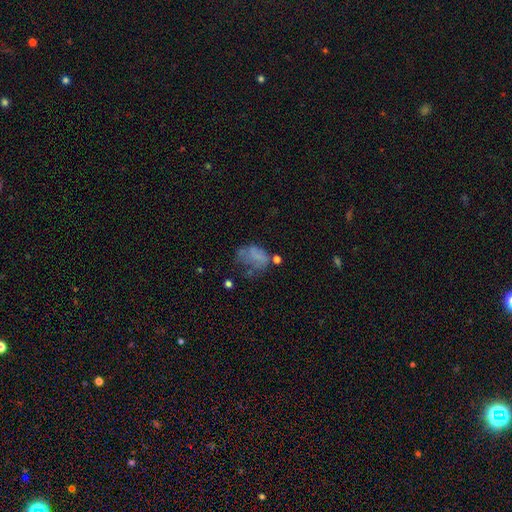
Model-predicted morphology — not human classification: The model was most divided on "merging": major disturbance: 36%, none: 30%, minor disturbance: 24%, merger: 10%. More confident: how rounded — in between (79%); smooth or featured — smooth (54%).